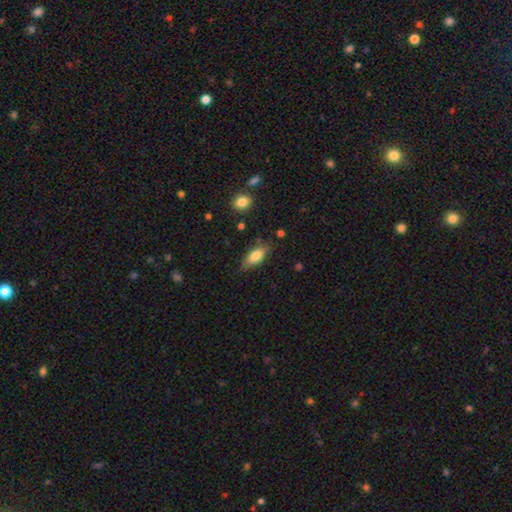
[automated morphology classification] The model was most divided on "how rounded": in between: 77%, cigar-shaped: 20%, round: 3%. More confident: merging — none (78%); smooth or featured — smooth (78%).